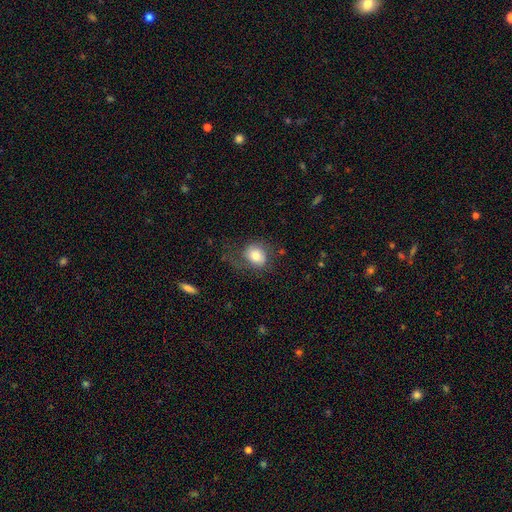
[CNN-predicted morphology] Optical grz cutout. It shows a smooth galaxy with no disk features (73%) that is round (56%). Merging: none (52%).